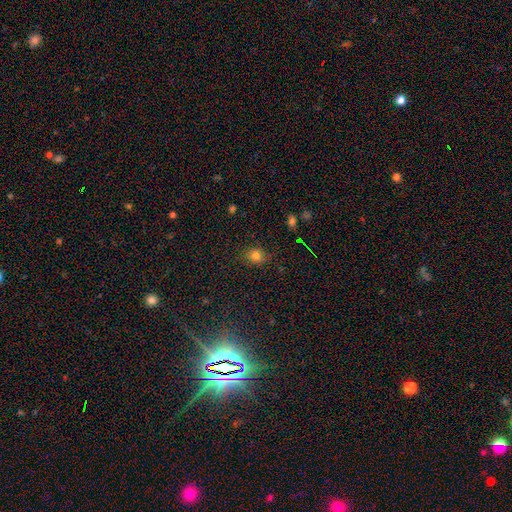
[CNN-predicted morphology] This is likely a smooth galaxy (79%). How rounded: likely round (63%). Merging: clearly none (82%).